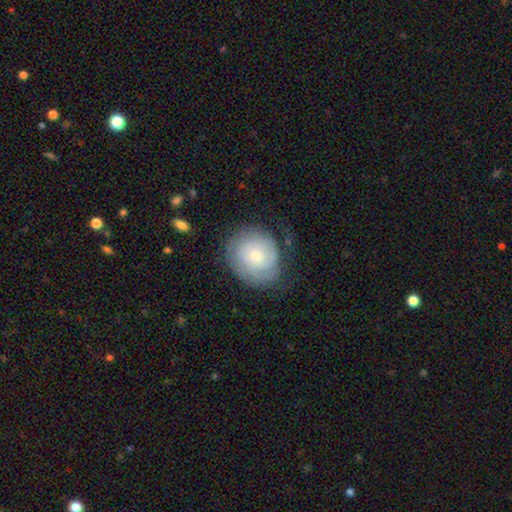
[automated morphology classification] This appears to be a featured or disk galaxy (62%) with no bar (80%), tight (75%) spiral arms (88%) and a small central bulge (60%). Merging: none (71%).